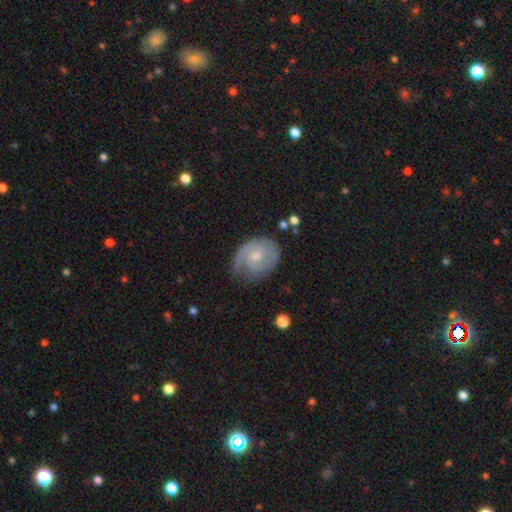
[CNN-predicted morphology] Smooth or featured? featured or disk (78%)
Edge-on disk? no (97%)
Bar? no (65%)
Spiral arms? yes (93%)
Spiral winding? tight (57%)
Spiral arm count? 2 (48%)
Bulge size? moderate (47%)
Merging? none (65%)